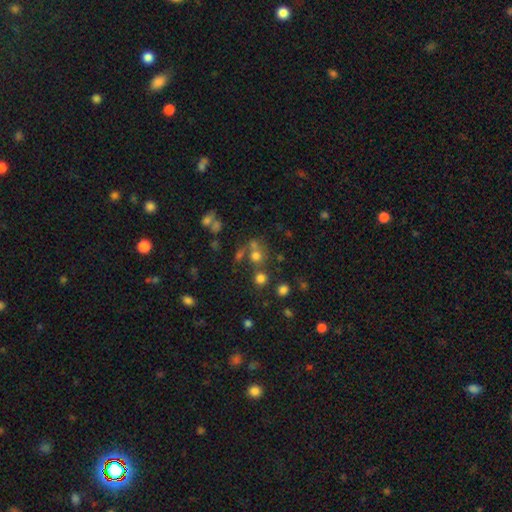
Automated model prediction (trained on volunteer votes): A smooth galaxy with no disk features (63%) that is round (84%).

Vote fractions:
- Smooth or featured? smooth: 63% / star or artifact: 25% / featured or disk: 13%
- How rounded? round: 84% / in between: 15% / cigar-shaped: 1%
- Merging? none: 55% / merger: 29% / minor disturbance: 9% / major disturbance: 6%